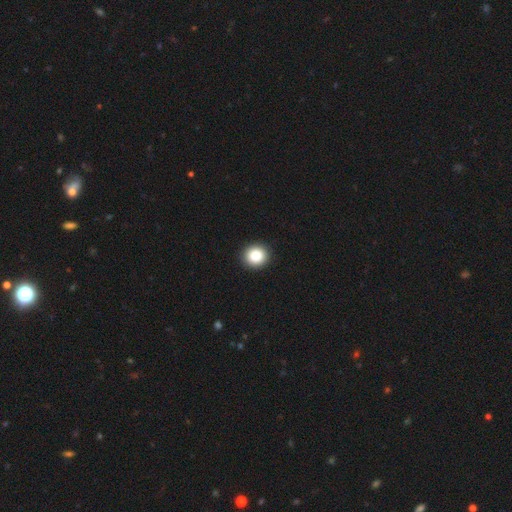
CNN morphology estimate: Q: Smooth or featured?
A: smooth (87%); runner-up: star or artifact (9%)
Q: How rounded?
A: round (88%); runner-up: in between (11%)
Q: Merging?
A: none (93%); runner-up: minor disturbance (5%)